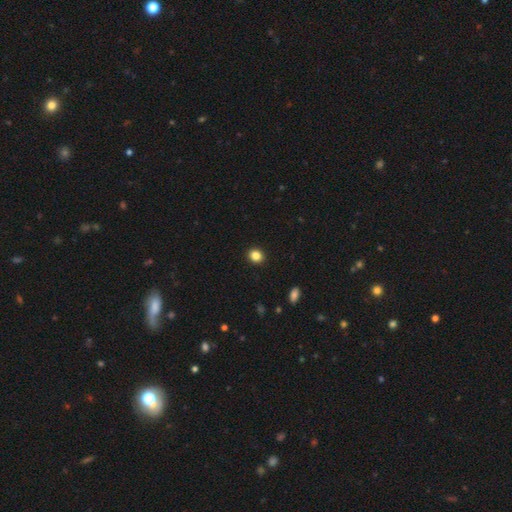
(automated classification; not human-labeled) This is clearly a smooth galaxy (85%). How rounded: likely round (78%). Merging: clearly none (92%).